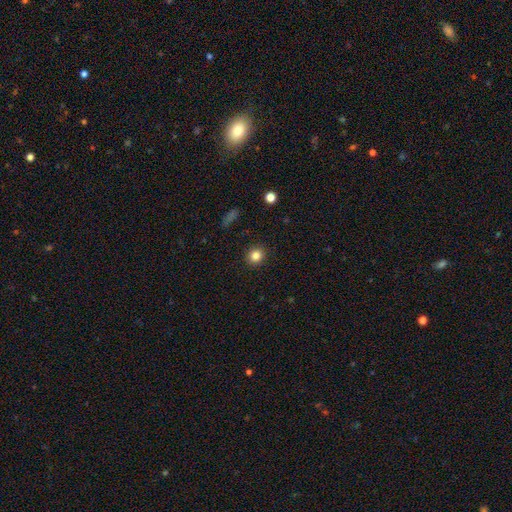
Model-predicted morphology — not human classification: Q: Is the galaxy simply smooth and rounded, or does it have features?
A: smooth — 83%.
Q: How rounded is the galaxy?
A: round — 84%.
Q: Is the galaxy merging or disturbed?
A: none — 91%.